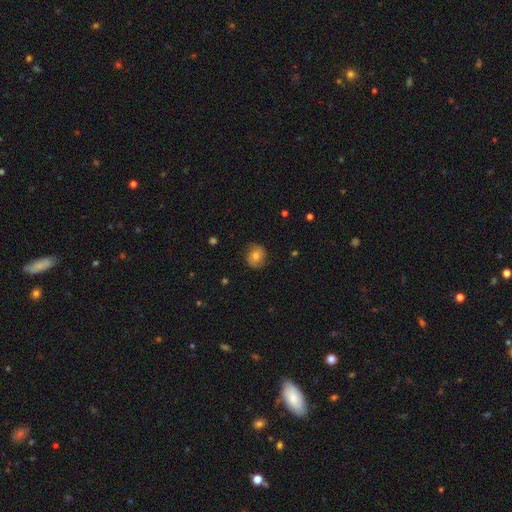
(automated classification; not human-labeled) Overall: smooth (63%; featured or disk 27%). How rounded: round (75%). Merging: none (80%).